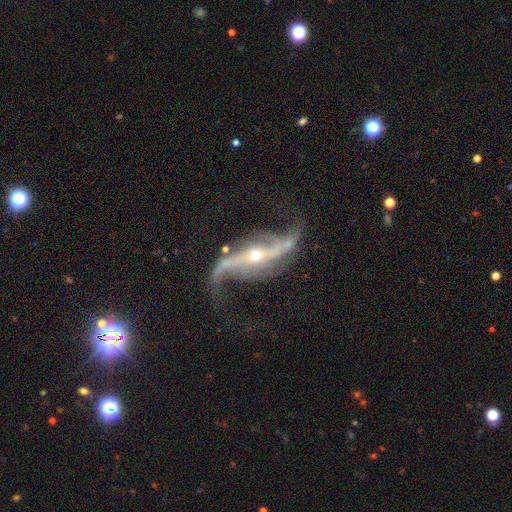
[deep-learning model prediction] Smooth or featured?
  - featured or disk: 92% *
  - star or artifact: 5%
  - smooth: 3%
Edge-on disk?
  - no: 93% *
  - yes: 7%
Bar?
  - strong: 49% *
  - no: 29%
  - weak: 22%
Spiral arms?
  - yes: 97% *
  - no: 3%
Spiral winding?
  - loose: 87% *
  - medium: 10%
  - tight: 4%
Spiral arm count?
  - 2: 94% *
  - 1: 1%
  - can't tell: 1%
  - 3: 1%
  - 4: 1%
  - more than 4: 1%
Bulge size?
  - small: 65% *
  - moderate: 32%
  - large: 1%
  - none: 1%
  - dominant: 1%
Merging?
  - none: 69% *
  - minor disturbance: 17%
  - major disturbance: 11%
  - merger: 3%